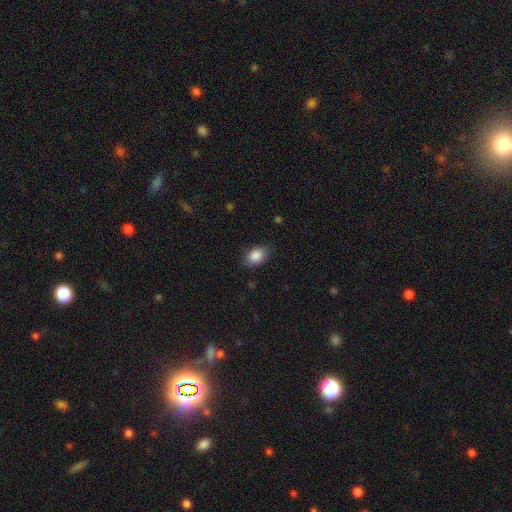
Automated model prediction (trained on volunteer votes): Q: Smooth or featured?
A: smooth (87%); runner-up: star or artifact (8%)
Q: How rounded?
A: in between (80%); runner-up: round (18%)
Q: Merging?
A: none (80%); runner-up: minor disturbance (15%)